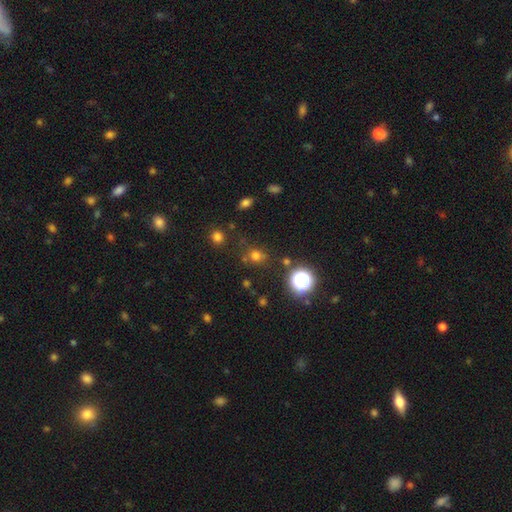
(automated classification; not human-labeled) Smooth or featured?
  - smooth: 66% *
  - star or artifact: 27%
  - featured or disk: 8%
How rounded?
  - round: 71% *
  - in between: 28%
  - cigar-shaped: 1%
Merging?
  - none: 73% *
  - minor disturbance: 14%
  - merger: 7%
  - major disturbance: 6%